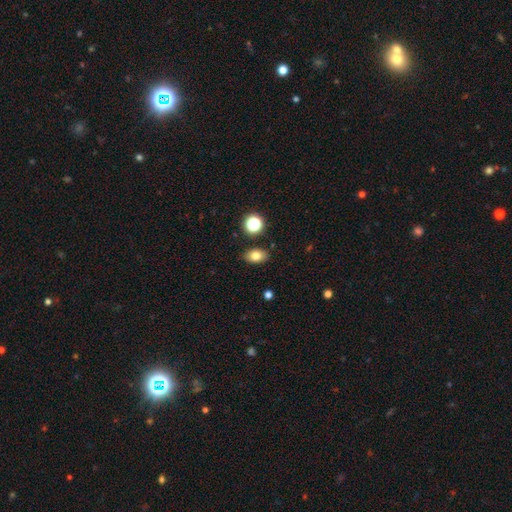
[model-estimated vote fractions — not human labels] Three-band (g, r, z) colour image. It shows a smooth galaxy with no disk features (78%) that is in between round and cigar-shaped (83%). Merging: none (86%).